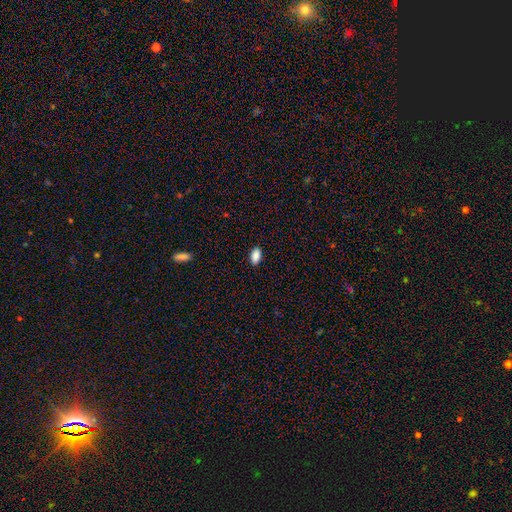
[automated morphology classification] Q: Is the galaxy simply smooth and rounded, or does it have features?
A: smooth — 89%.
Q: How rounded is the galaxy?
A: in between — 92%.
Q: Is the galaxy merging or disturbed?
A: none — 89%.